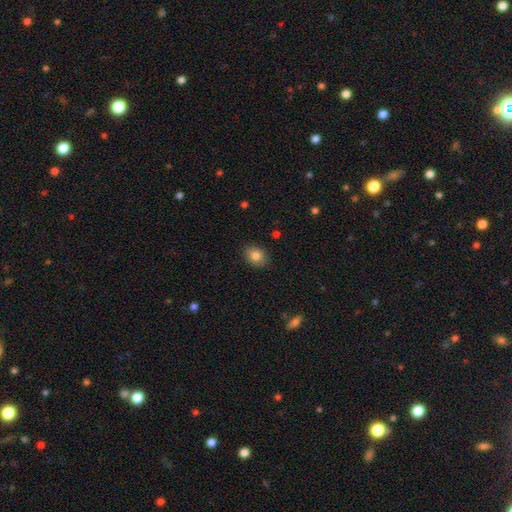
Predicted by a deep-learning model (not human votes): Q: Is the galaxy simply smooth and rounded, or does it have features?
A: smooth — 82%.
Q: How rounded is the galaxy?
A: in between — 50%.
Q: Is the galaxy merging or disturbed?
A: none — 88%.